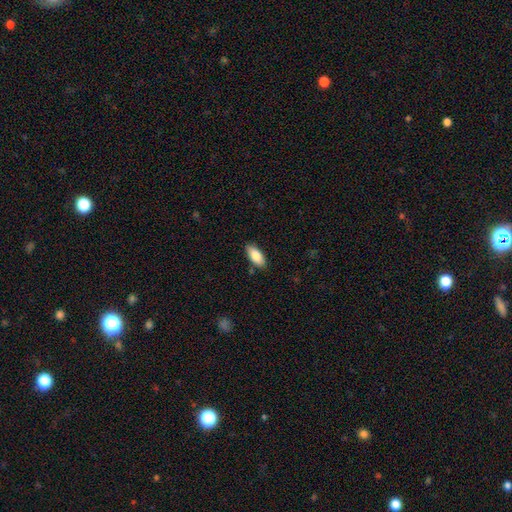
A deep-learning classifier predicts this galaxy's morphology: type=smooth (84%); roundness=in between (86%); merging=none (86%).